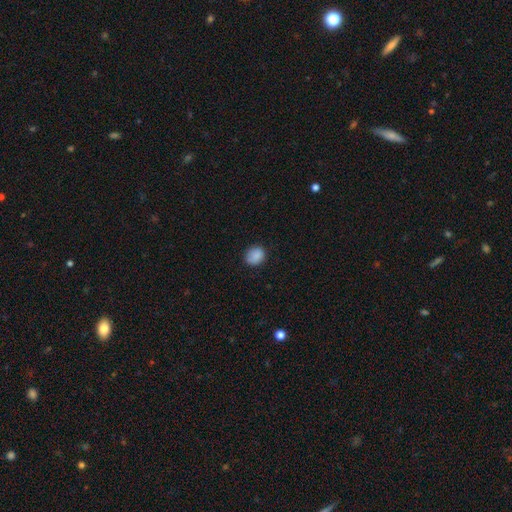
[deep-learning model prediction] This appears to be a smooth galaxy with no disk features (87%) that is round (67%). Merging: none (82%).